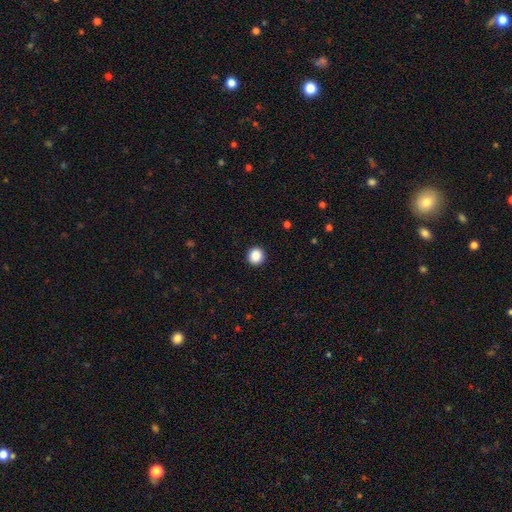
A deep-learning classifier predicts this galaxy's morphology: Smooth or featured?
  - smooth: 88% *
  - star or artifact: 9%
  - featured or disk: 3%
How rounded?
  - round: 93% *
  - in between: 6%
  - cigar-shaped: 1%
Merging?
  - none: 92% *
  - minor disturbance: 5%
  - major disturbance: 2%
  - merger: 1%